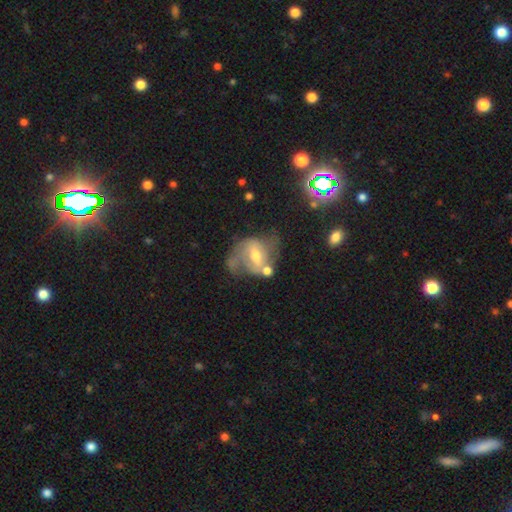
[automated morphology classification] Smooth or featured: featured or disk — 69% (smooth — 20%)
Edge-on disk: no — 96% (yes — 4%)
Bar: weak — 47% (strong — 27%)
Spiral arms: yes — 76% (no — 24%)
Spiral winding: medium — 43% (loose — 35%)
Spiral arm count: 2 — 63% (can't tell — 20%)
Bulge size: moderate — 61% (small — 31%)
Merging: none — 39% (minor disturbance — 24%)